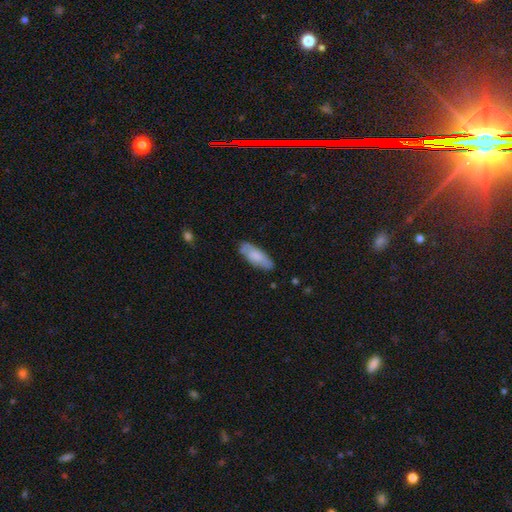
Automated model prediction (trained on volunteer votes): Q: Smooth or featured?
A: smooth (71%); runner-up: featured or disk (23%)
Q: How rounded?
A: in between (66%); runner-up: cigar-shaped (32%)
Q: Merging?
A: none (75%); runner-up: minor disturbance (19%)